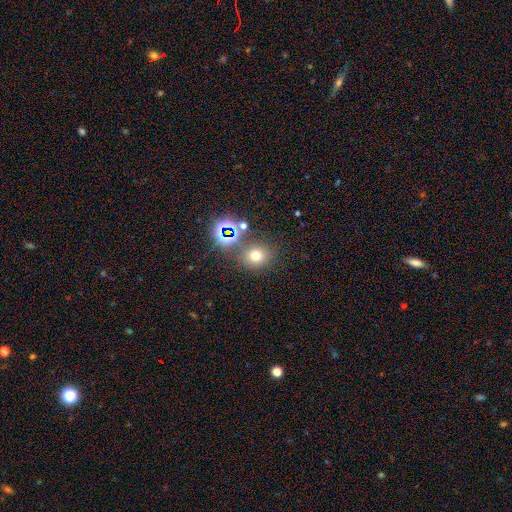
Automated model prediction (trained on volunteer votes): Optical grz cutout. It shows a smooth galaxy with no disk features (64%) that is round (83%). Merging: none (75%).